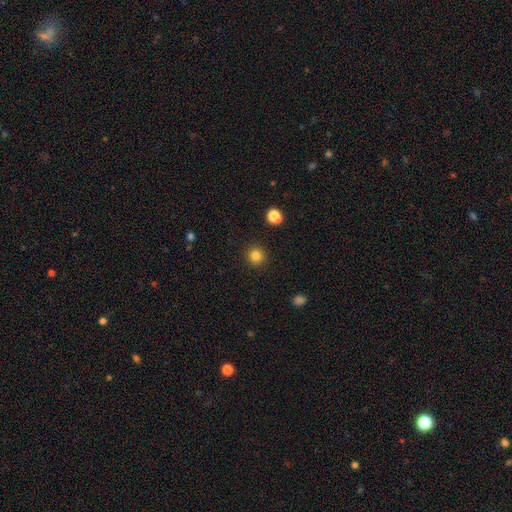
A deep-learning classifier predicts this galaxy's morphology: The model was most divided on "smooth or featured": smooth: 83%, star or artifact: 12%, featured or disk: 5%. More confident: how rounded — round (94%); merging — none (92%).